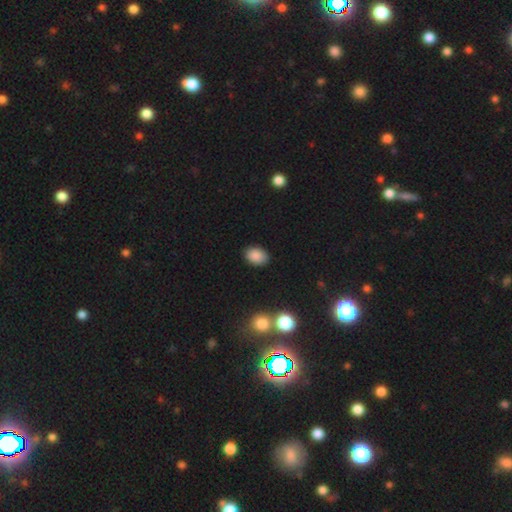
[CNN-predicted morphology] smooth 87%, star or artifact 9%, featured or disk 4%. Down the decision tree: how rounded — in between (76%); merging — none (87%).